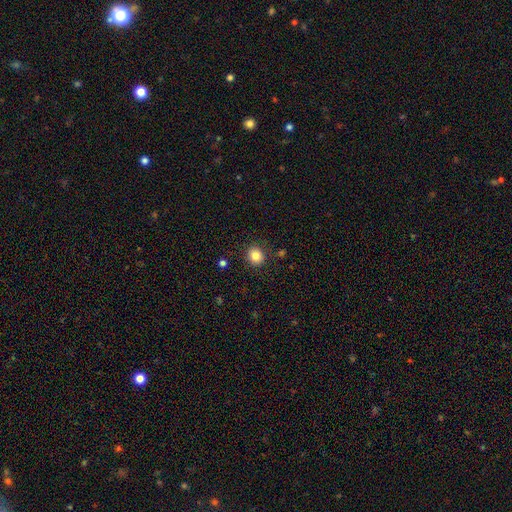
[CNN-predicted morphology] Smooth or featured: smooth — 83% (star or artifact — 11%)
How rounded: round — 84% (in between — 15%)
Merging: none — 89% (minor disturbance — 7%)